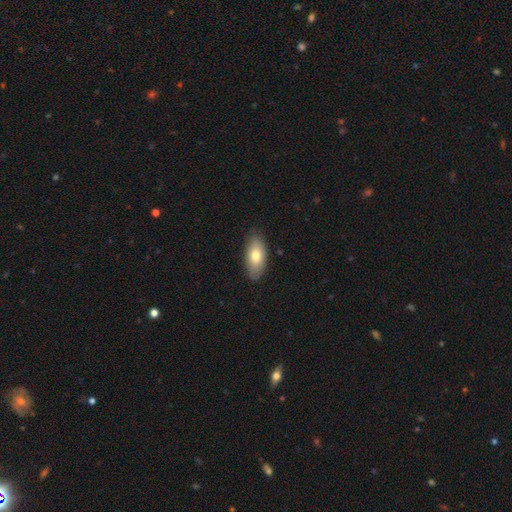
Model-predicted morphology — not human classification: smooth 74%, featured or disk 20%, star or artifact 6%. Down the decision tree: how rounded — in between (89%); merging — none (85%).